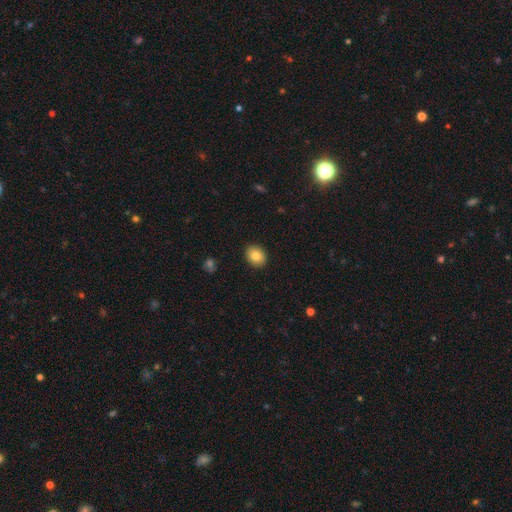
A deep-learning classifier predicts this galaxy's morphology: smooth_or_featured: smooth (p=0.83) [alt: star or artifact p=0.09]
how_rounded: round (p=0.52) [alt: in between p=0.47]
merging: none (p=0.91) [alt: minor disturbance p=0.06]